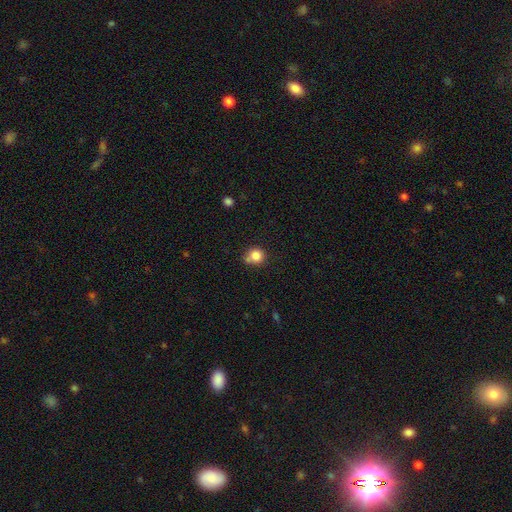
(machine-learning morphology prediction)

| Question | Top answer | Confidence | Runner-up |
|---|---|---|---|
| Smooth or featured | smooth | 83% | star or artifact (11%) |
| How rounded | round | 87% | in between (12%) |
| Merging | none | 60% | minor disturbance (20%) |